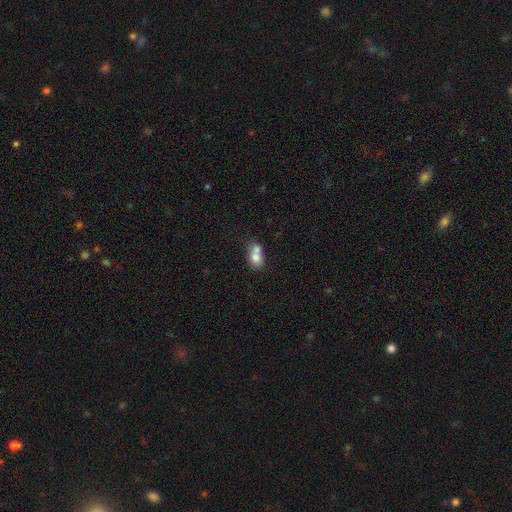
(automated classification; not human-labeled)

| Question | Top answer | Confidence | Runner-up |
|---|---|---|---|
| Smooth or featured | smooth | 73% | featured or disk (18%) |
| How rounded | in between | 52% | round (46%) |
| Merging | merger | 64% | none (24%) |